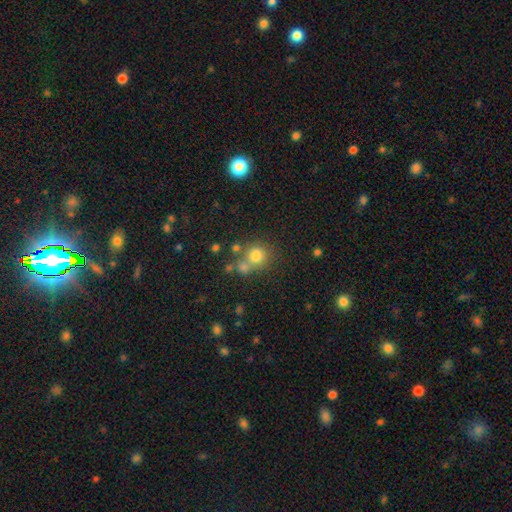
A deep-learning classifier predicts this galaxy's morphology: Q: Smooth or featured?
A: smooth (76%); runner-up: star or artifact (14%)
Q: How rounded?
A: round (86%); runner-up: in between (13%)
Q: Merging?
A: none (56%); runner-up: merger (29%)